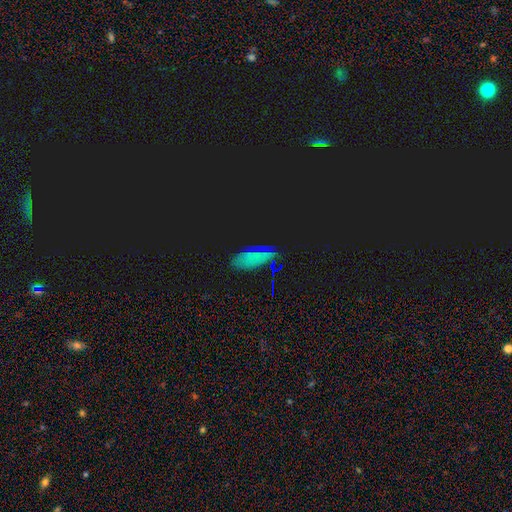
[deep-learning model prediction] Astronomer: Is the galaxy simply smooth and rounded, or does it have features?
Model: star or artifact — 56% (runner-up: smooth, 35%).